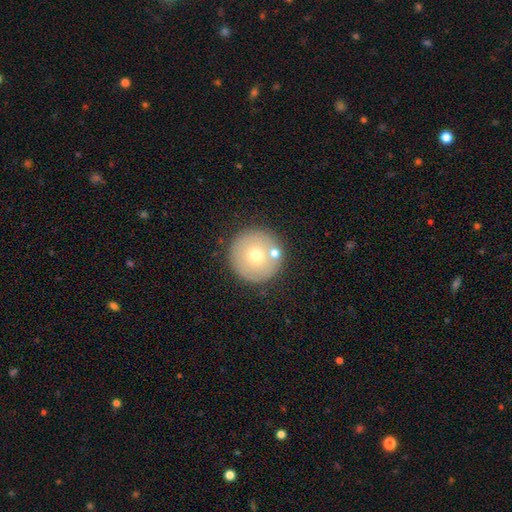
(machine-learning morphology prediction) This appears to be a smooth galaxy with no disk features (66%) that is round (96%). Merging: none (80%).